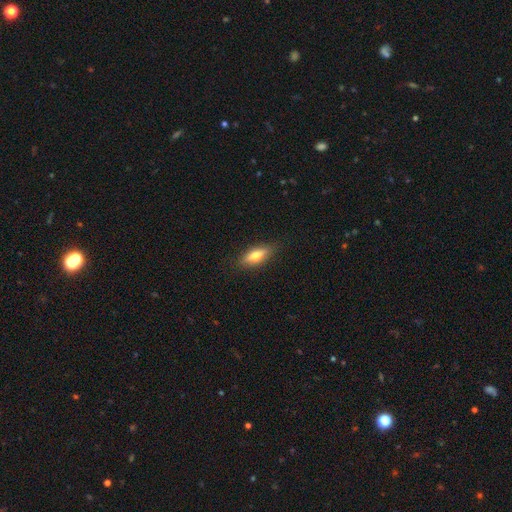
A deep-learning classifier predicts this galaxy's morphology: Smooth or featured? Predicted: smooth (p=0.56). How rounded? Predicted: in between (p=0.53). Merging? Predicted: none (p=0.86).